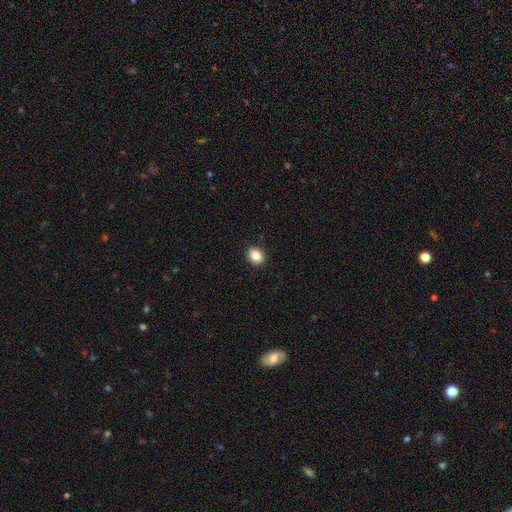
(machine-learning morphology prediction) smooth_or_featured: smooth (p=0.87) [alt: star or artifact p=0.09]
how_rounded: in between (p=0.57) [alt: round p=0.42]
merging: none (p=0.90) [alt: minor disturbance p=0.07]